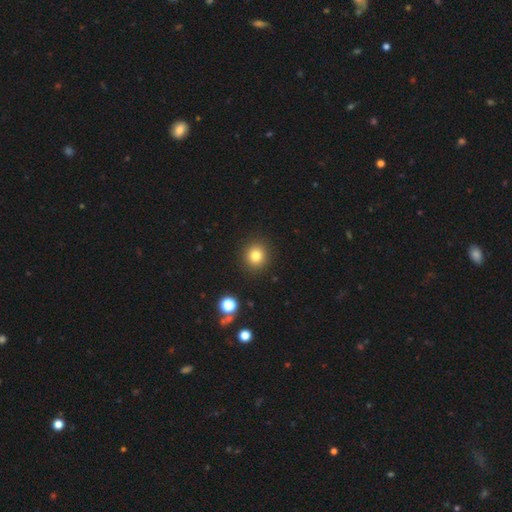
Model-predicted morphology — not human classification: This is clearly a smooth galaxy (81%). How rounded: clearly round (89%). Merging: clearly none (91%).